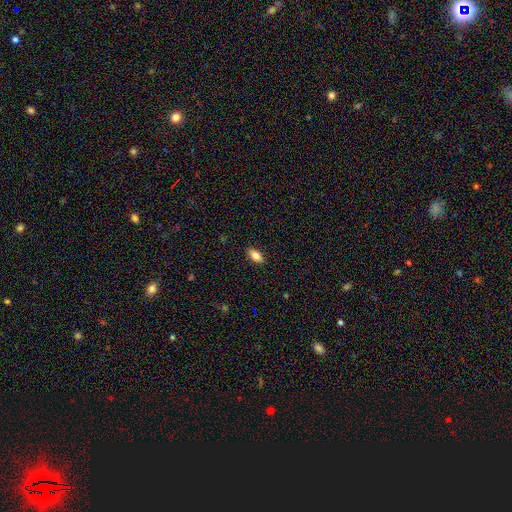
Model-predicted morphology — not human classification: Smooth or featured?
  - smooth: 82% *
  - featured or disk: 10%
  - star or artifact: 8%
How rounded?
  - in between: 88% *
  - cigar-shaped: 8%
  - round: 4%
Merging?
  - none: 88% *
  - minor disturbance: 9%
  - major disturbance: 2%
  - merger: 1%